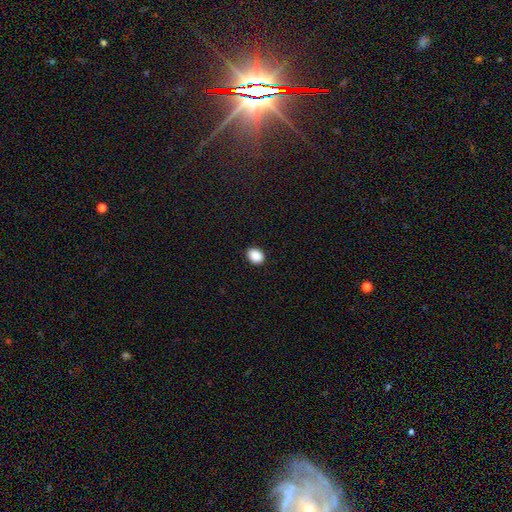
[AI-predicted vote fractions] This is clearly a smooth galaxy (90%). How rounded: possibly in between (60%). Merging: clearly none (91%).